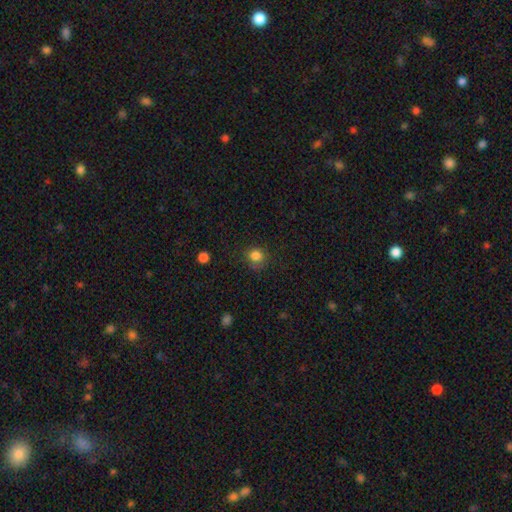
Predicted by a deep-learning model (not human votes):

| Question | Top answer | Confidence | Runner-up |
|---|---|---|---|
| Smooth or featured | smooth | 83% | star or artifact (12%) |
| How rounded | round | 80% | in between (19%) |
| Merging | none | 73% | minor disturbance (18%) |